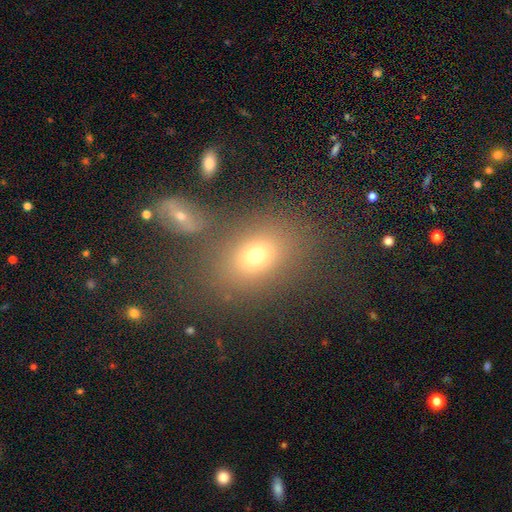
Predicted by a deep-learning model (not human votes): This is likely a smooth galaxy (67%). How rounded: likely in between (69%). Merging: likely none (72%).